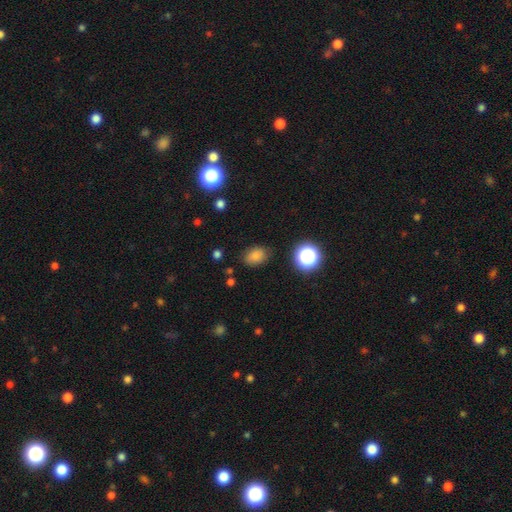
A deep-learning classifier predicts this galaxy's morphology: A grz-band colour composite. It shows a smooth galaxy with no disk features (79%) that is in between round and cigar-shaped (72%). Merging: none (82%).